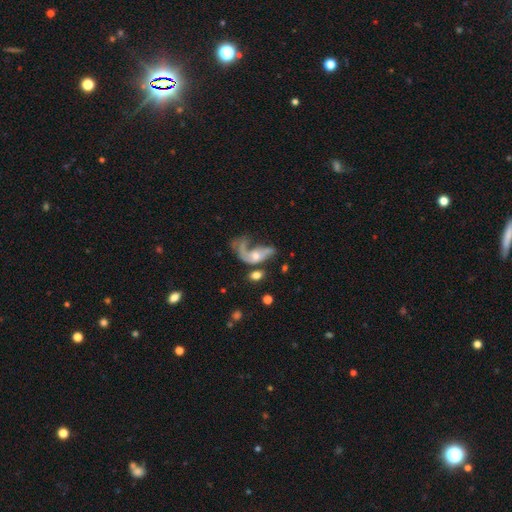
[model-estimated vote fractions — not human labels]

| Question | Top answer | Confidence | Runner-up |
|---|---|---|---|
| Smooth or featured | featured or disk | 63% | smooth (28%) |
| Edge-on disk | no | 94% | yes (6%) |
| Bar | no | 75% | weak (19%) |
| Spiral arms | yes | 64% | no (36%) |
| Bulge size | moderate | 50% | small (38%) |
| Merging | major disturbance | 49% | merger (20%) |